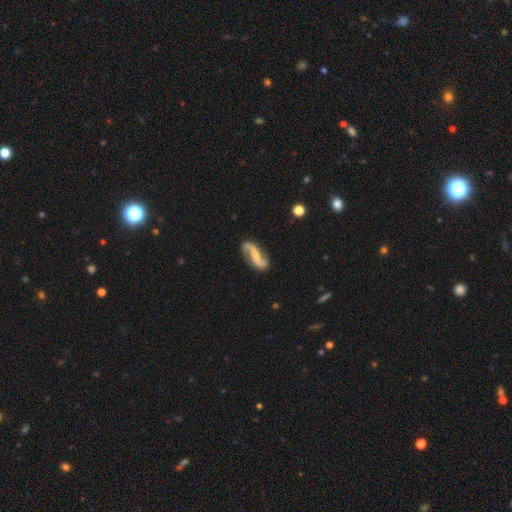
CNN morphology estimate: A featured or disk galaxy (85%) with no bar (36%), 2 (93%) loose (78%) spiral arms (96%) and no central bulge (46%).

Vote fractions:
- Smooth or featured? featured or disk: 85% / smooth: 10% / star or artifact: 5%
- Edge-on disk? no: 95% / yes: 5%
- Bar? no: 36% / weak: 32% / strong: 32%
- Spiral arms? yes: 96% / no: 4%
- Spiral winding? loose: 78% / medium: 17% / tight: 6%
- Spiral arm count? 2: 93% / 1: 2% / can't tell: 2% / 3: 1% / 4: 1% / more than 4: 1%
- Bulge size? none: 46% / small: 35% / moderate: 14% / large: 3% / dominant: 1%
- Merging? none: 78% / minor disturbance: 14% / major disturbance: 5% / merger: 3%